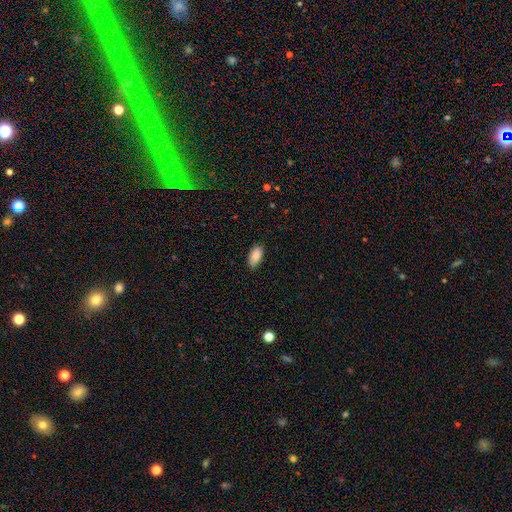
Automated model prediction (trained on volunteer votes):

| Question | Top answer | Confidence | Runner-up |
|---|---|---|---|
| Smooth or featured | smooth | 89% | star or artifact (7%) |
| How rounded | in between | 93% | cigar-shaped (5%) |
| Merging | none | 85% | minor disturbance (12%) |